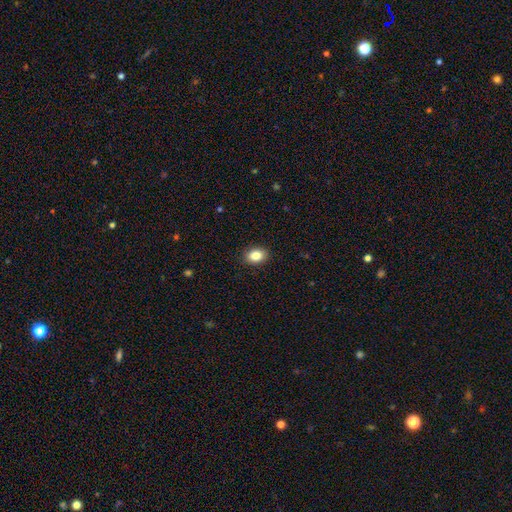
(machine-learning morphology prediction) smooth-or-featured: smooth: 86% | star or artifact: 9% | featured or disk: 6%
  how-rounded: in between: 76% | round: 23% | cigar-shaped: 1%
  merging: none: 90% | minor disturbance: 7% | major disturbance: 2% | merger: 1%